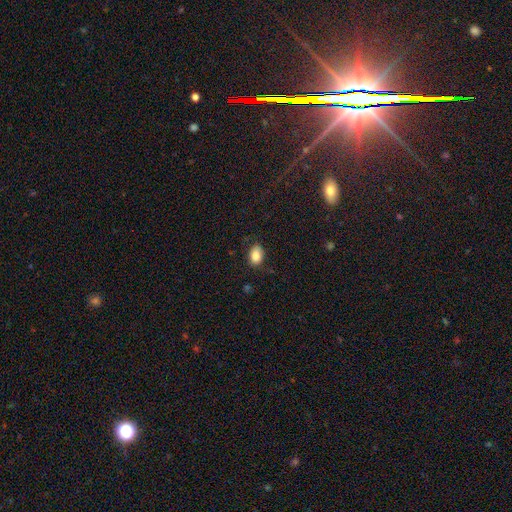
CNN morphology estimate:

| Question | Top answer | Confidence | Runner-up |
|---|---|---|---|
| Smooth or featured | smooth | 86% | star or artifact (8%) |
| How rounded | in between | 80% | round (19%) |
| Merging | none | 77% | minor disturbance (17%) |